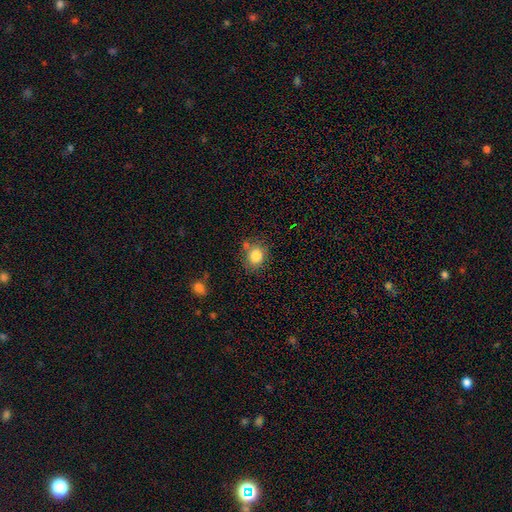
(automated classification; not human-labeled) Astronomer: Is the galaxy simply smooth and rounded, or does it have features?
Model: smooth — 83%.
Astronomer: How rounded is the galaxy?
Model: round — 66%.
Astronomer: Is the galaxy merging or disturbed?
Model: none — 70%.